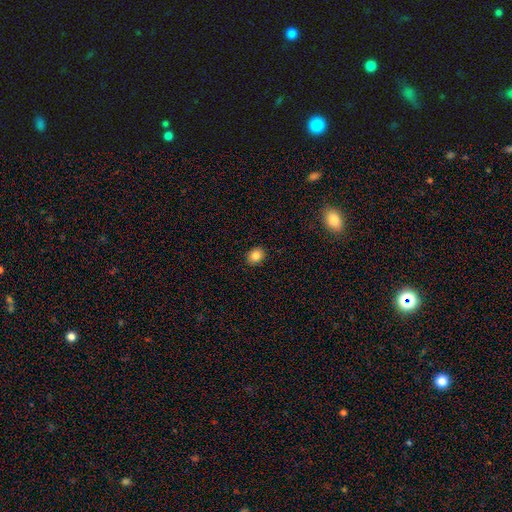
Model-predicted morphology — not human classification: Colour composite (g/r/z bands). It shows a smooth galaxy with no disk features (84%) that is round (55%). Merging: none (90%).